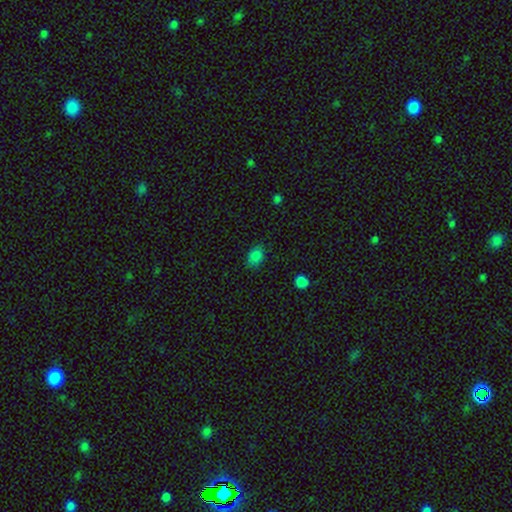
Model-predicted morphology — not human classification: This is clearly a smooth galaxy (83%). How rounded: likely in between (75%). Merging: clearly none (81%).